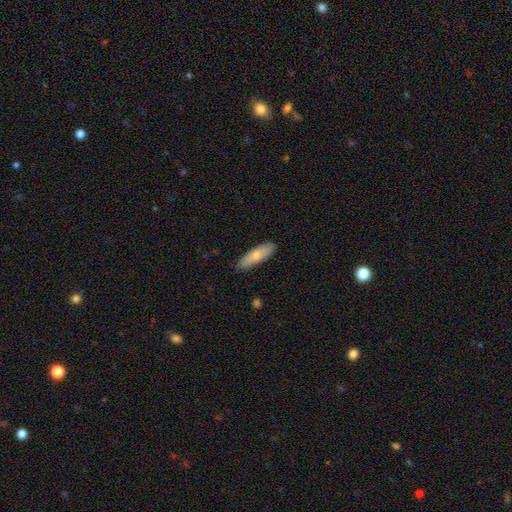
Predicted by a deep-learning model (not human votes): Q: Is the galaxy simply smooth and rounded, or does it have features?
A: smooth — 71%.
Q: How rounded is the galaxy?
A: cigar-shaped — 53%.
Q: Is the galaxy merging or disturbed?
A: none — 87%.